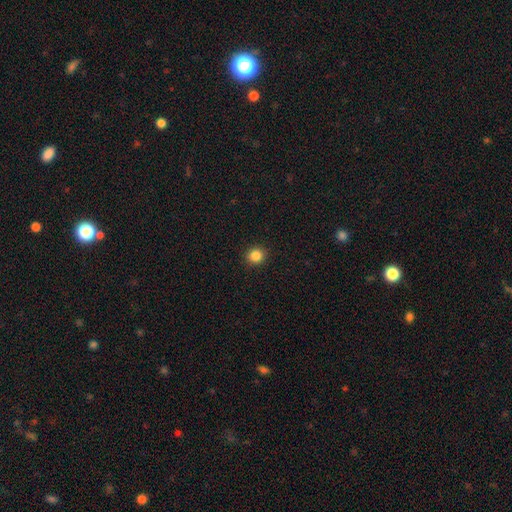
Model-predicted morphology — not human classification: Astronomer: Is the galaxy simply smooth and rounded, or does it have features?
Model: smooth — 85%.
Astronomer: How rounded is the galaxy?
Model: round — 88%.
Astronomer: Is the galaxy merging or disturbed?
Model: none — 92%.